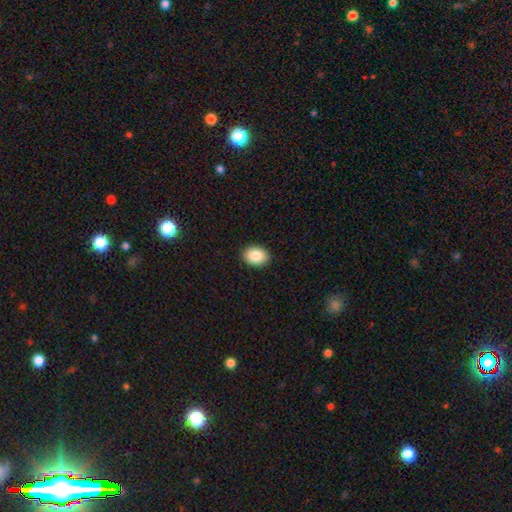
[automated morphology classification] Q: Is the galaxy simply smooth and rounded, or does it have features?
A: smooth — 86%.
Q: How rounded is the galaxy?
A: in between — 66%.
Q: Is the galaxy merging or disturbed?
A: none — 91%.